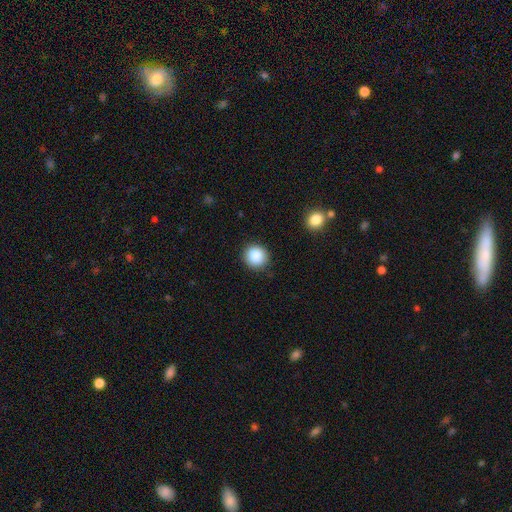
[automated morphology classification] smooth-or-featured: smooth: 87% | star or artifact: 9% | featured or disk: 4%
  how-rounded: round: 90% | in between: 9% | cigar-shaped: 1%
  merging: none: 89% | minor disturbance: 8% | major disturbance: 2% | merger: 1%